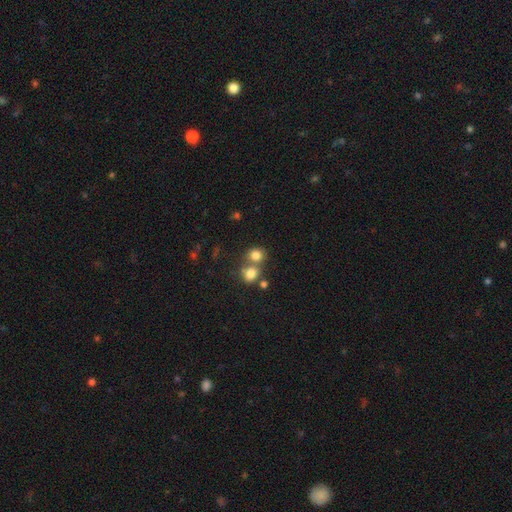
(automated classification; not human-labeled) Smooth or featured? smooth (78%)
How rounded? round (75%)
Merging? none (46%)